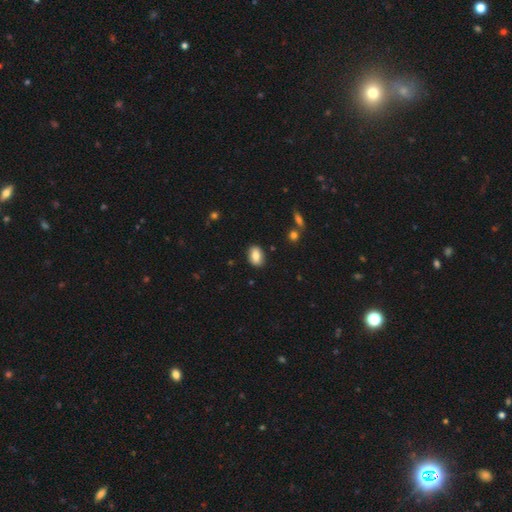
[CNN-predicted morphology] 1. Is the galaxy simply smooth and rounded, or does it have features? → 82% smooth, 10% featured or disk, 8% star or artifact.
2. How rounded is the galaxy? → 85% in between, 14% round, 2% cigar-shaped.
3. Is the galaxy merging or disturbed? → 87% none, 9% minor disturbance, 2% major disturbance, 2% merger.